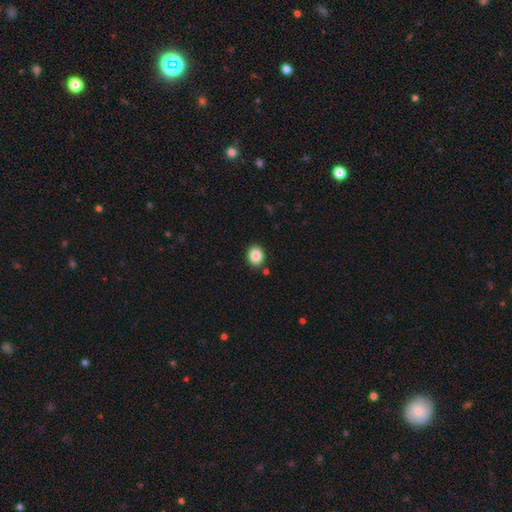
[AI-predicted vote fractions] Morphology: type=smooth (87%); roundness=round (57%); merging=none (86%).